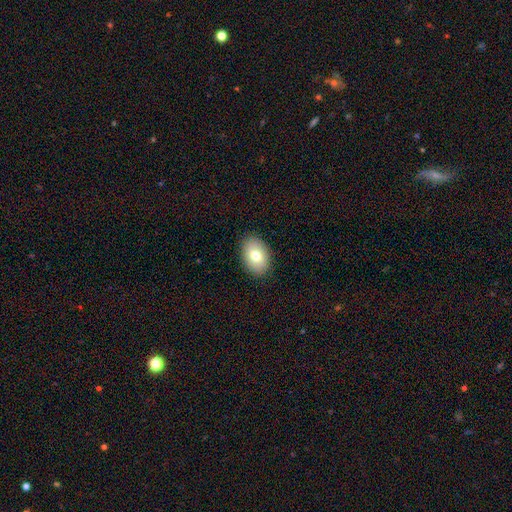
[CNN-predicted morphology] Smooth or featured? Predicted: smooth (p=0.76). How rounded? Predicted: in between (p=0.83). Merging? Predicted: none (p=0.89).